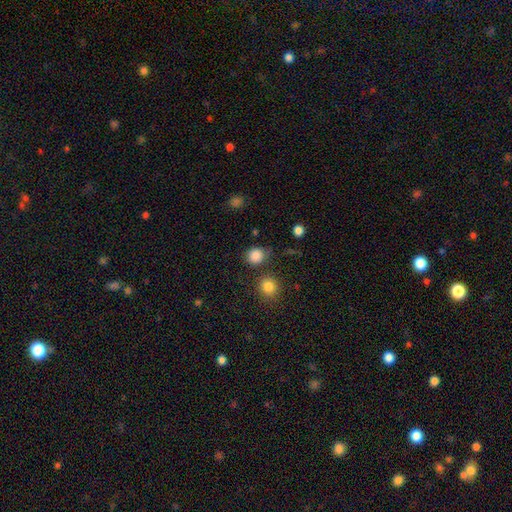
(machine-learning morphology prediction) The model was most divided on "merging": none: 75%, minor disturbance: 15%, merger: 6%, major disturbance: 4%. More confident: smooth or featured — smooth (85%); how rounded — round (81%).